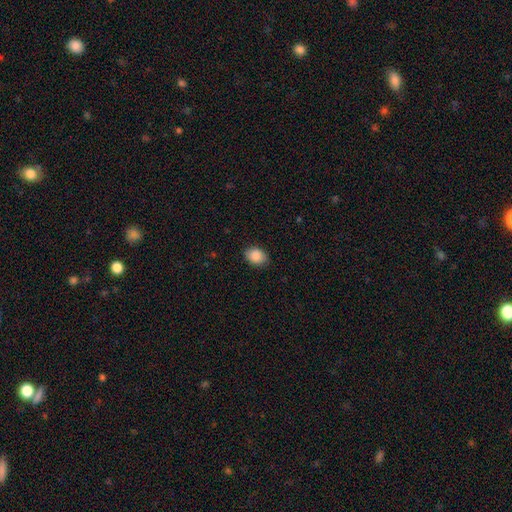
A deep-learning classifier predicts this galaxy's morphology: A smooth galaxy with no disk features (88%) that is in between round and cigar-shaped (72%).

Vote fractions:
- Smooth or featured? smooth: 88% / star or artifact: 8% / featured or disk: 4%
- How rounded? in between: 72% / round: 27% / cigar-shaped: 1%
- Merging? none: 86% / minor disturbance: 11% / major disturbance: 2% / merger: 1%